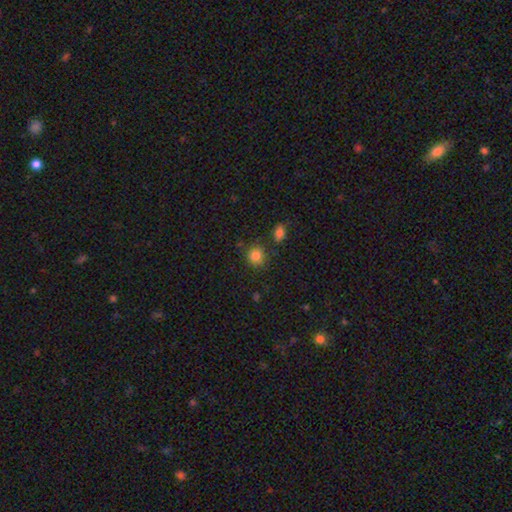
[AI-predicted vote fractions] A smooth galaxy with no disk features (83%) that is round (85%).

Vote fractions:
- Smooth or featured? smooth: 83% / star or artifact: 11% / featured or disk: 5%
- How rounded? round: 85% / in between: 14% / cigar-shaped: 1%
- Merging? none: 78% / minor disturbance: 12% / merger: 6% / major disturbance: 4%